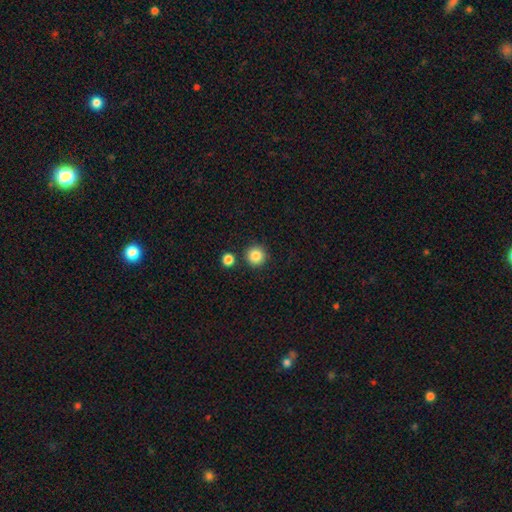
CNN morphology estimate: type=smooth (85%); roundness=round (95%); merging=none (87%).